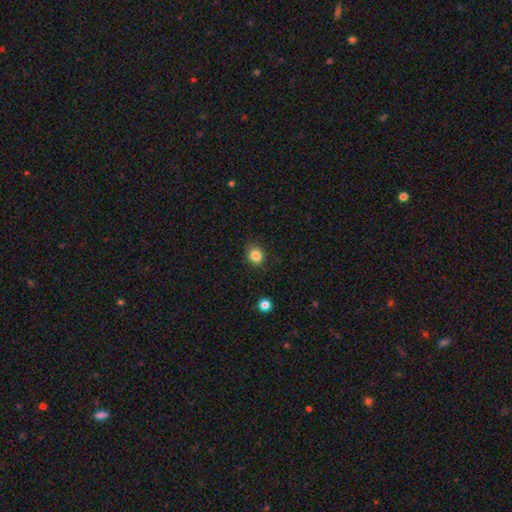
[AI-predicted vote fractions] This is clearly a smooth galaxy (84%). How rounded: likely round (77%). Merging: clearly none (85%).